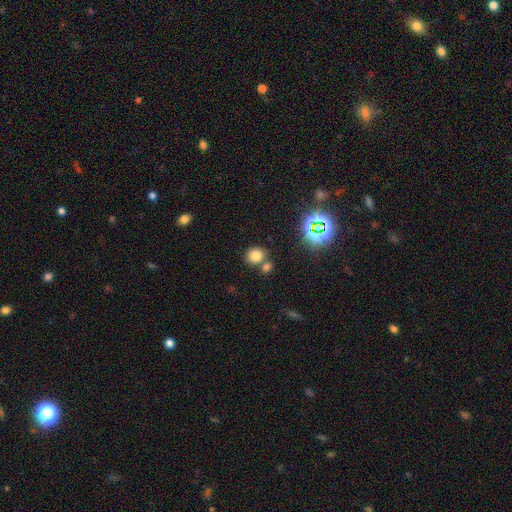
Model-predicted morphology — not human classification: This is likely a smooth galaxy (76%). How rounded: likely round (78%). Merging: likely none (62%).